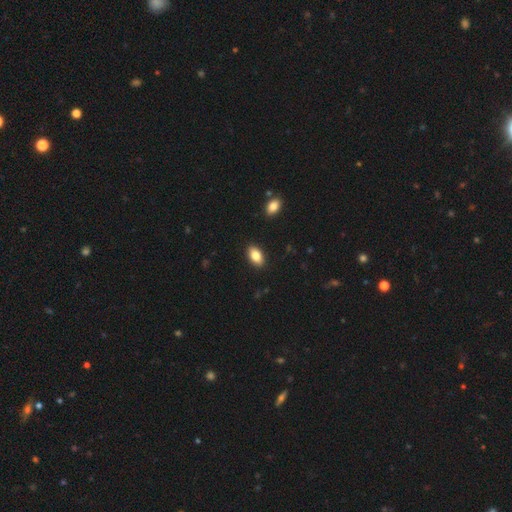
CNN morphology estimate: A smooth galaxy with no disk features (84%) that is in between round and cigar-shaped (92%). Merging: none (89%).